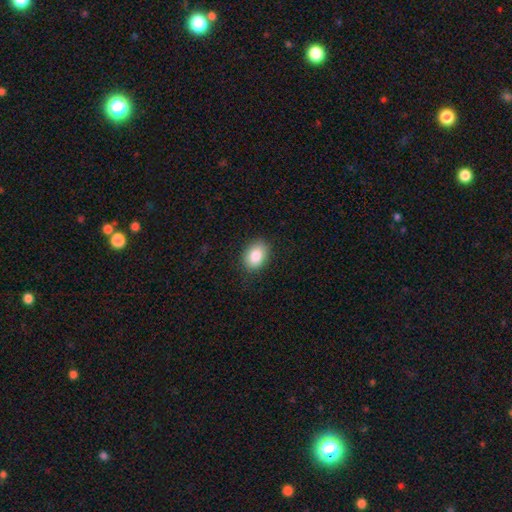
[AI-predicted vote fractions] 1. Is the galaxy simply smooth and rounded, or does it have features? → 85% smooth, 8% star or artifact, 7% featured or disk.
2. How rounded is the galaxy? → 76% in between, 23% round, 1% cigar-shaped.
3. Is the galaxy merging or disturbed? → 86% none, 11% minor disturbance, 3% major disturbance, 1% merger.